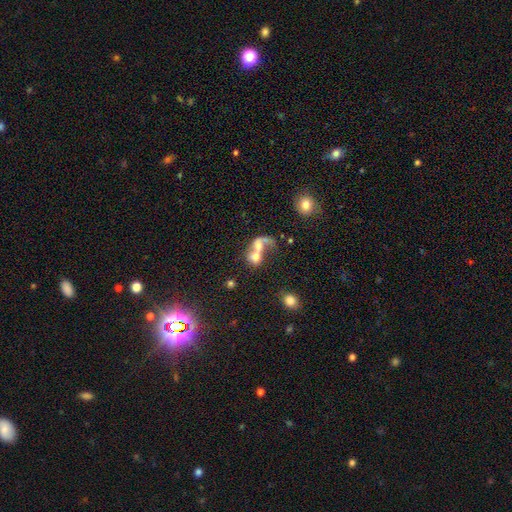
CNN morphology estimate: smooth 52%, featured or disk 37%, star or artifact 12%. Down the decision tree: how rounded — in between (52%); merging — merger (75%).